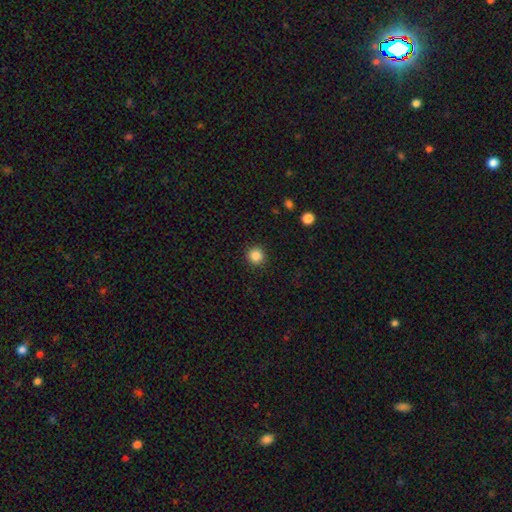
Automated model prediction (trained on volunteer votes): This appears to be a smooth galaxy with no disk features (86%) that is round (95%). Merging: none (92%).